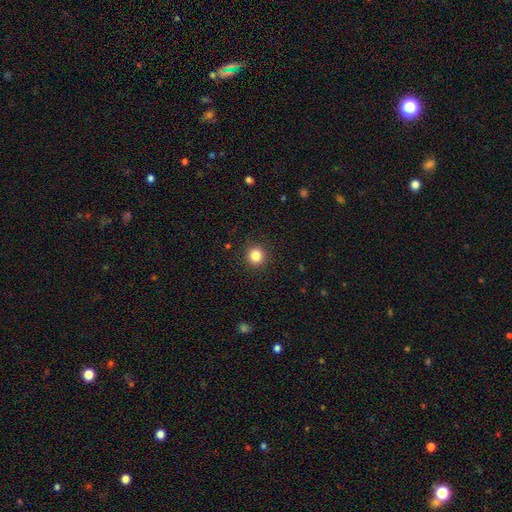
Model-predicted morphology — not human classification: Smooth or featured? Predicted: smooth (p=0.84). How rounded? Predicted: round (p=0.94). Merging? Predicted: none (p=0.92).